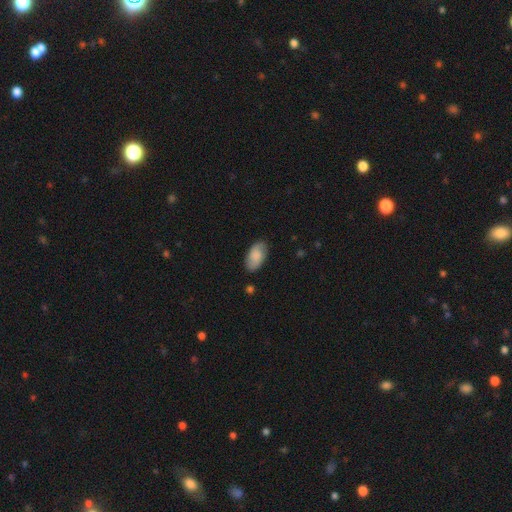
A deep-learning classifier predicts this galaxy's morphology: A smooth galaxy with no disk features (80%) that is in between round and cigar-shaped (95%). Merging: none (81%).